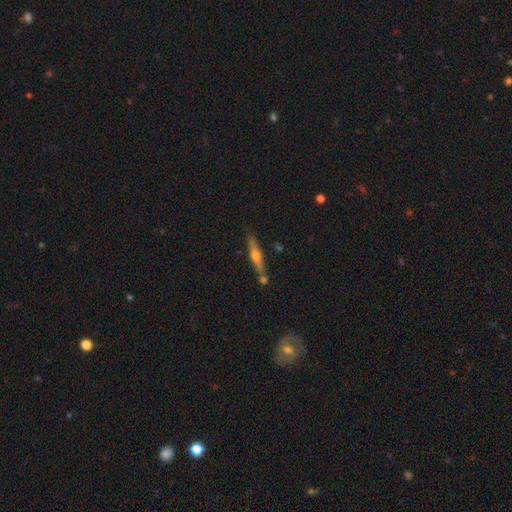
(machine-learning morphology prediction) Q: Smooth or featured?
A: featured or disk (64%); runner-up: smooth (29%)
Q: Edge-on disk?
A: yes (96%); runner-up: no (4%)
Q: Edge-on bulge?
A: rounded (88%); runner-up: boxy (6%)
Q: Merging?
A: none (78%); runner-up: minor disturbance (11%)